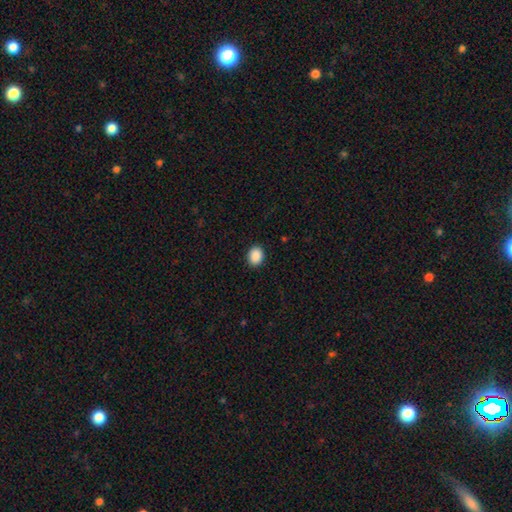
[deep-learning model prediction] A smooth galaxy with no disk features (90%) that is in between round and cigar-shaped (52%).

Vote fractions:
- Smooth or featured? smooth: 90% / star or artifact: 8% / featured or disk: 2%
- How rounded? in between: 52% / round: 47% / cigar-shaped: 1%
- Merging? none: 91% / minor disturbance: 6% / major disturbance: 2% / merger: 1%